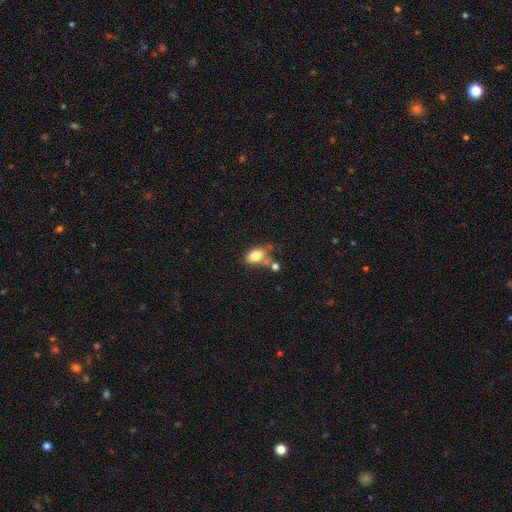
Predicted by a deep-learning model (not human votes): A smooth galaxy with no disk features (78%) that is in between round and cigar-shaped (83%).

Vote fractions:
- Smooth or featured? smooth: 78% / featured or disk: 13% / star or artifact: 9%
- How rounded? in between: 83% / round: 16% / cigar-shaped: 2%
- Merging? none: 36% / merger: 30% / minor disturbance: 21% / major disturbance: 13%